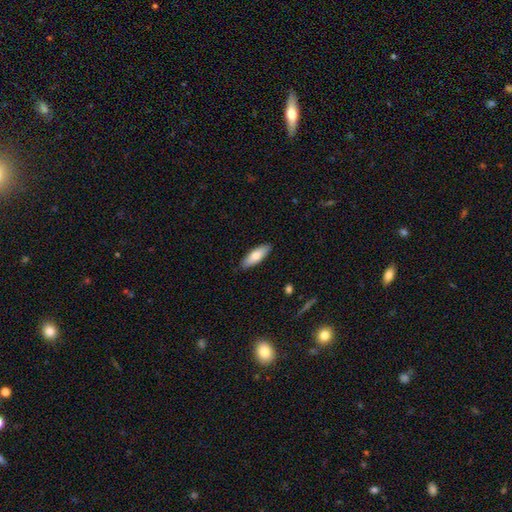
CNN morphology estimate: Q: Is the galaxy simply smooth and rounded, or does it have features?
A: smooth — 77%.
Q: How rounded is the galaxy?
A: in between — 60%.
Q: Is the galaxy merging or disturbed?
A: none — 88%.